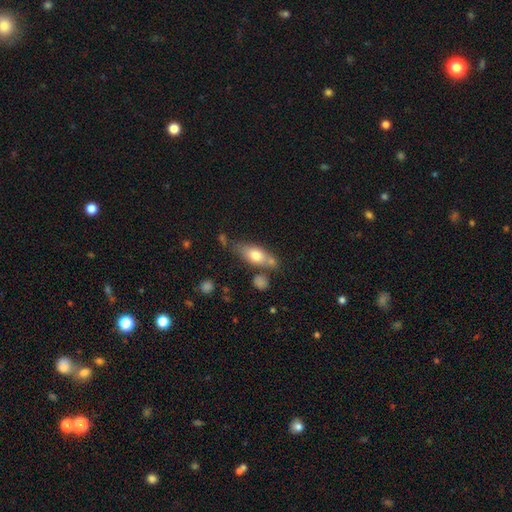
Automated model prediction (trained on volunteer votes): A smooth galaxy with no disk features (68%) that is in between round and cigar-shaped (72%).

Vote fractions:
- Smooth or featured? smooth: 68% / featured or disk: 25% / star or artifact: 7%
- How rounded? in between: 72% / cigar-shaped: 23% / round: 6%
- Merging? none: 56% / merger: 20% / minor disturbance: 18% / major disturbance: 6%